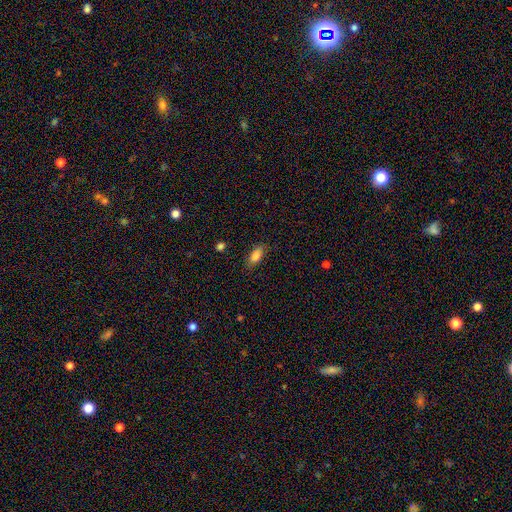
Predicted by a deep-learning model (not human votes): A smooth galaxy with no disk features (84%) that is in between round and cigar-shaped (85%).

Vote fractions:
- Smooth or featured? smooth: 84% / star or artifact: 8% / featured or disk: 8%
- How rounded? in between: 85% / cigar-shaped: 12% / round: 3%
- Merging? none: 80% / minor disturbance: 15% / major disturbance: 4% / merger: 1%